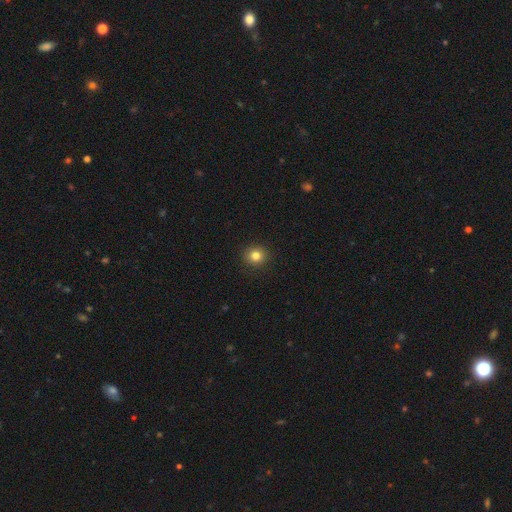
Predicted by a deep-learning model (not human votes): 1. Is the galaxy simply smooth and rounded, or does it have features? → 82% smooth, 12% star or artifact, 6% featured or disk.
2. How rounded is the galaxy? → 91% round, 8% in between, 1% cigar-shaped.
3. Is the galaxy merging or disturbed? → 93% none, 5% minor disturbance, 2% major disturbance, 1% merger.